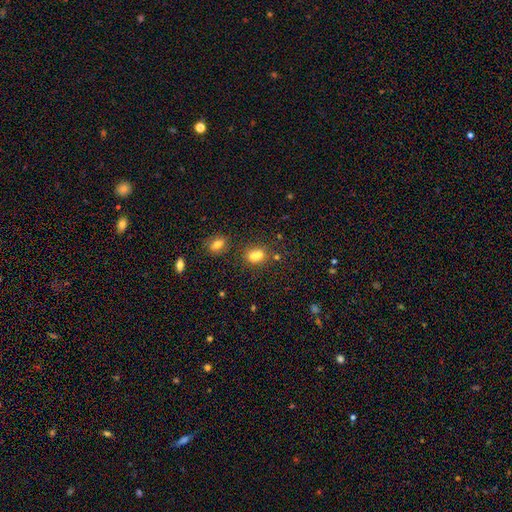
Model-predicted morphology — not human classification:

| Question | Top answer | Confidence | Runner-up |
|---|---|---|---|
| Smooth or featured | smooth | 70% | featured or disk (16%) |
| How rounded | round | 60% | in between (39%) |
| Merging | merger | 59% | none (30%) |